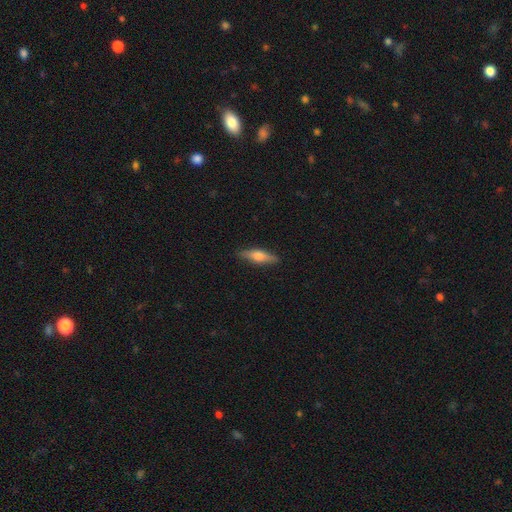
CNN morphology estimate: Smooth or featured: smooth — 51% (featured or disk — 43%)
How rounded: cigar-shaped — 62% (in between — 35%)
Merging: none — 88% (minor disturbance — 9%)